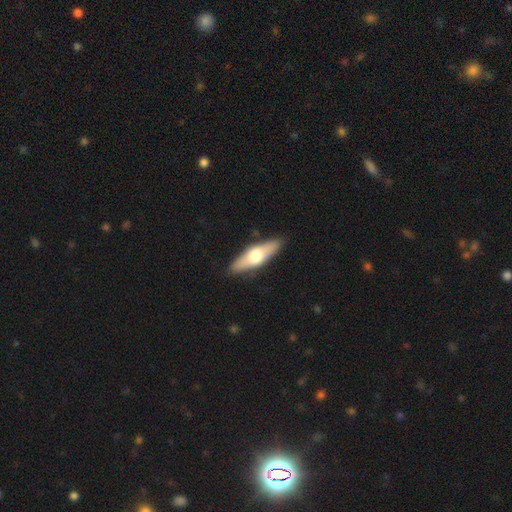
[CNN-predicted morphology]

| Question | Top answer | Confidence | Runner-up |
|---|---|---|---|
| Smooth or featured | featured or disk | 51% | smooth (44%) |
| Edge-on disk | yes | 88% | no (12%) |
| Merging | none | 88% | minor disturbance (9%) |